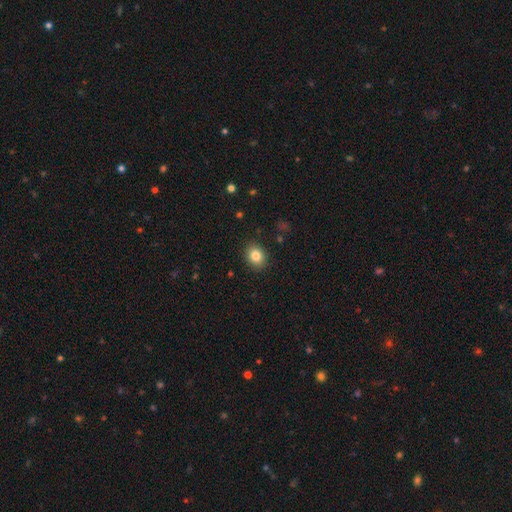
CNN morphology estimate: Smooth or featured? smooth (83%)
How rounded? round (56%)
Merging? none (89%)